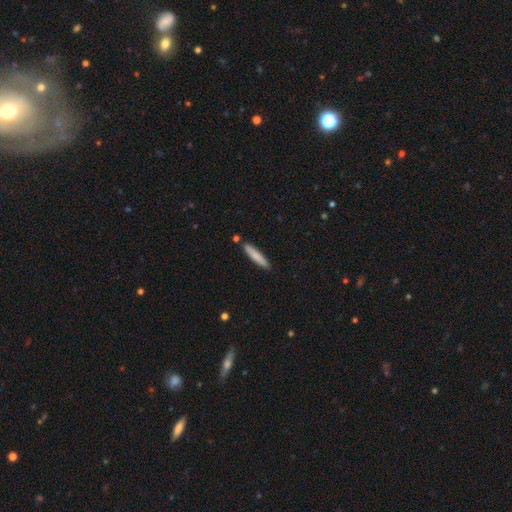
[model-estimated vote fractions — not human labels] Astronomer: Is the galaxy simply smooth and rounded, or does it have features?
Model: smooth — 81%.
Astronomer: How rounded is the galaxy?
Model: cigar-shaped — 90%.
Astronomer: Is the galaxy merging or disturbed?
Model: none — 87%.